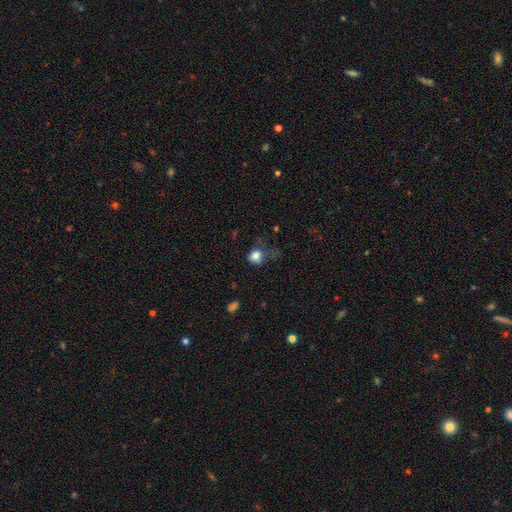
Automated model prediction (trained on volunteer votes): This appears to be a smooth galaxy with no disk features (80%) that is round (63%). Merging: none (35%).